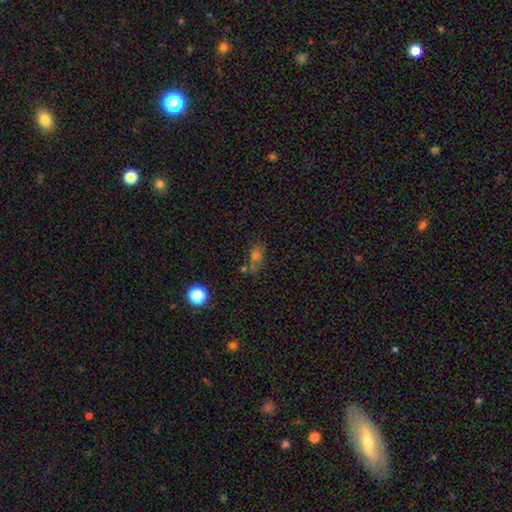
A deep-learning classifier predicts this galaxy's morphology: type=smooth (59%); roundness=in between (67%); merging=none (55%).